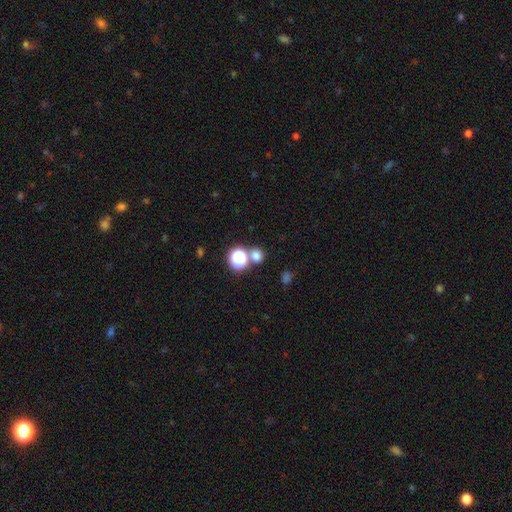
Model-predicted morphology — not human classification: smooth-or-featured: smooth: 68% | star or artifact: 26% | featured or disk: 6%
  how-rounded: round: 83% | in between: 16% | cigar-shaped: 1%
  merging: none: 65% | merger: 24% | minor disturbance: 7% | major disturbance: 3%